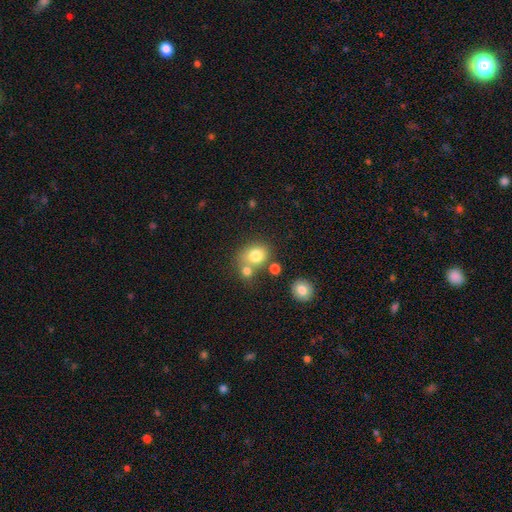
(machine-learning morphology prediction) Q: Smooth or featured?
A: smooth (78%); runner-up: star or artifact (11%)
Q: How rounded?
A: round (61%); runner-up: in between (38%)
Q: Merging?
A: none (53%); runner-up: merger (30%)